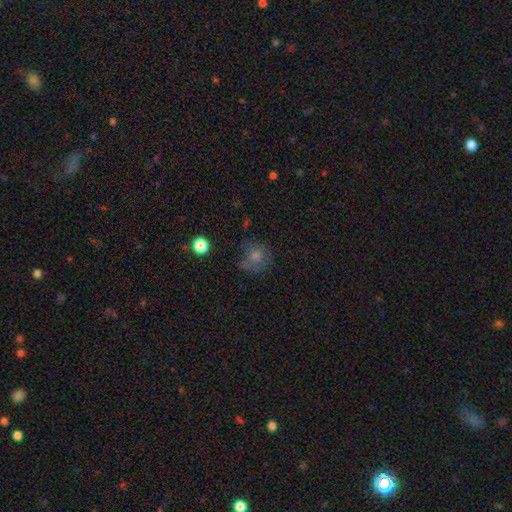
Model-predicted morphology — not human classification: Smooth or featured? Predicted: smooth (p=0.59). How rounded? Predicted: round (p=0.86). Merging? Predicted: none (p=0.66).